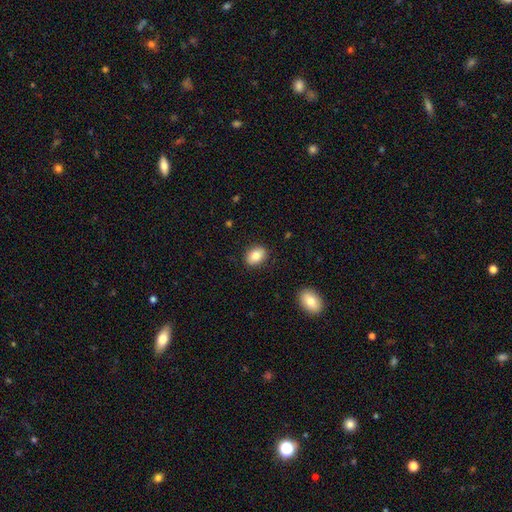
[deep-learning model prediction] Morphology: type=smooth (81%); roundness=in between (77%); merging=none (88%).